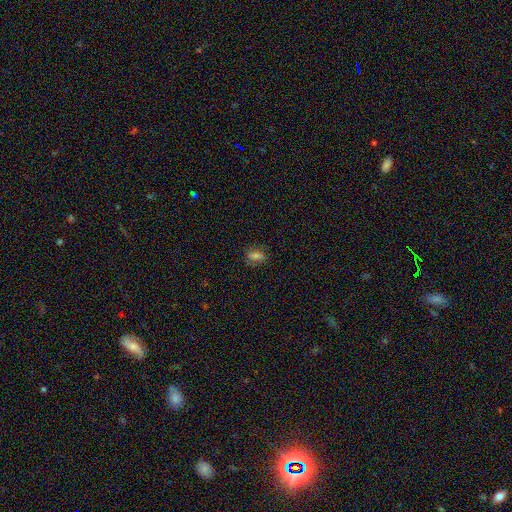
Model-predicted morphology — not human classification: This appears to be a smooth galaxy with no disk features (64%) that is in between round and cigar-shaped (70%). Merging: none (78%).